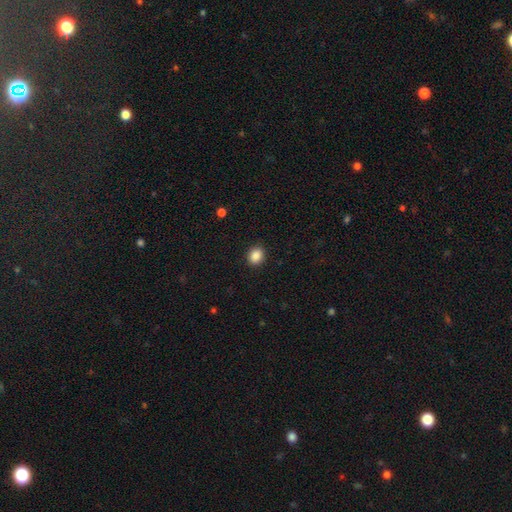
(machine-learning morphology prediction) Smooth or featured? Predicted: smooth (p=0.88). How rounded? Predicted: round (p=0.56). Merging? Predicted: none (p=0.90).